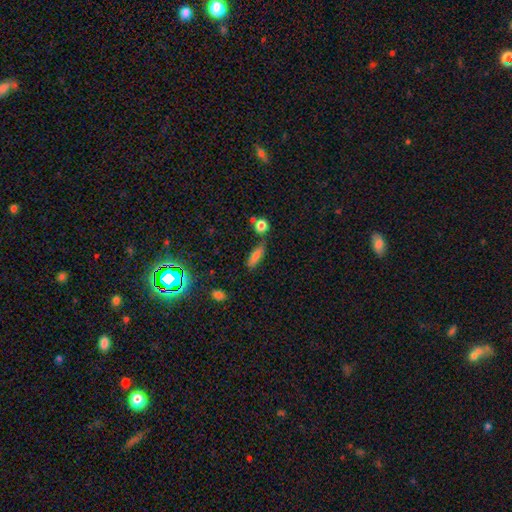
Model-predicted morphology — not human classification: This is likely a smooth galaxy (75%). How rounded: possibly in between (50%). Merging: likely none (66%).